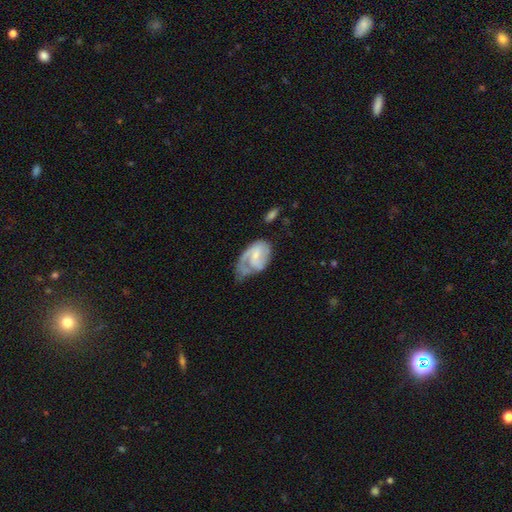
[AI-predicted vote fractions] Q: Smooth or featured?
A: featured or disk (73%); runner-up: smooth (22%)
Q: Edge-on disk?
A: no (97%); runner-up: yes (3%)
Q: Bar?
A: weak (50%); runner-up: no (36%)
Q: Spiral arms?
A: yes (90%); runner-up: no (10%)
Q: Spiral winding?
A: medium (44%); runner-up: tight (33%)
Q: Spiral arm count?
A: 2 (43%); runner-up: 1 (41%)
Q: Bulge size?
A: small (47%); runner-up: moderate (27%)
Q: Merging?
A: major disturbance (33%); tied with: none (33%)